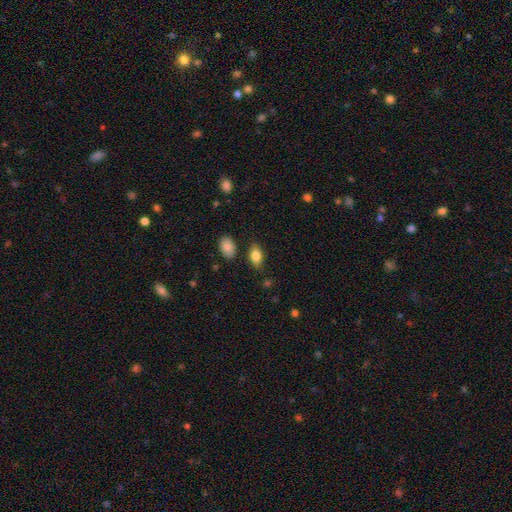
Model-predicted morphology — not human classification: This appears to be a smooth galaxy with no disk features (81%) that is in between round and cigar-shaped (87%). Merging: none (80%).